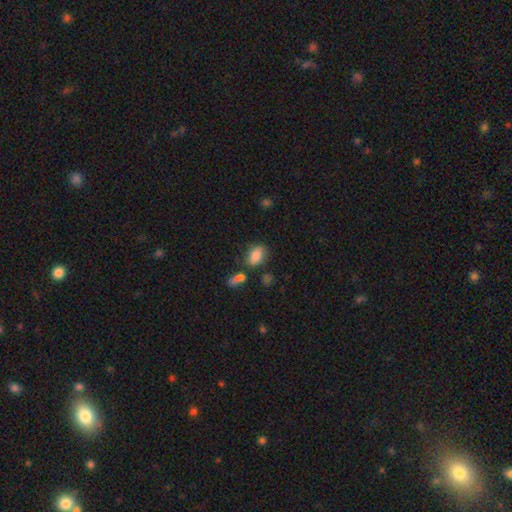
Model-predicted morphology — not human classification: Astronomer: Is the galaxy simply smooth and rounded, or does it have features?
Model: smooth — 81%.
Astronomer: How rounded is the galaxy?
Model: in between — 86%.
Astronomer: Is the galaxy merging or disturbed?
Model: none — 66%.